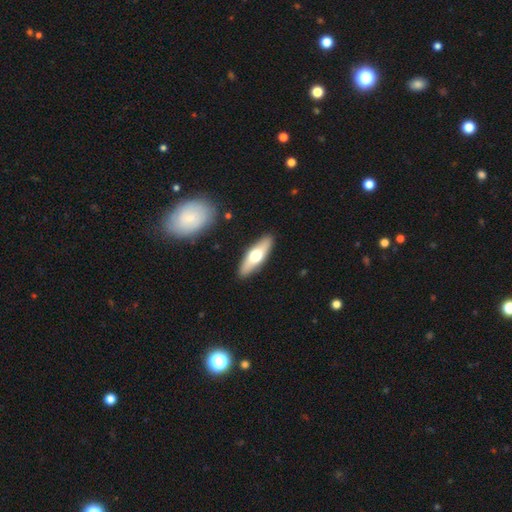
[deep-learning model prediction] Overall: smooth (54%; featured or disk 41%). How rounded: cigar-shaped (49%, tied with in between). Merging: none (89%).